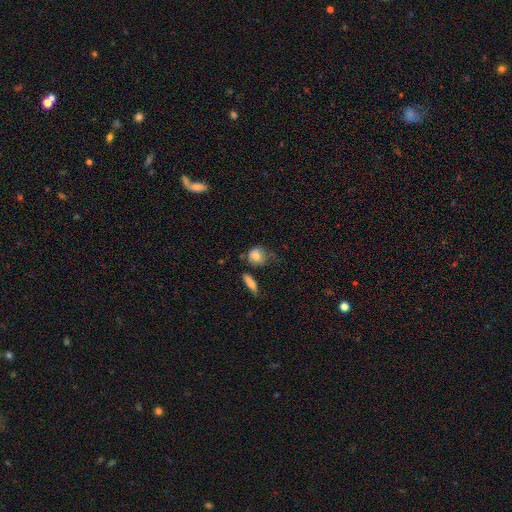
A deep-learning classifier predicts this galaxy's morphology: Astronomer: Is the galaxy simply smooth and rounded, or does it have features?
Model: smooth — 79%.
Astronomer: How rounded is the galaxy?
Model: round — 67%.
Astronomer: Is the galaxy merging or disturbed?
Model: none — 49% (runner-up: minor disturbance, 29%).